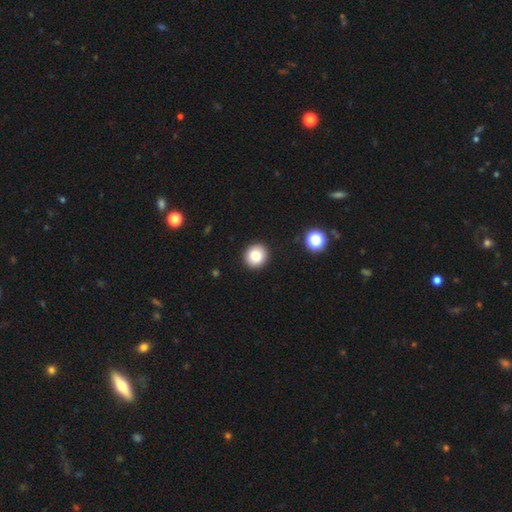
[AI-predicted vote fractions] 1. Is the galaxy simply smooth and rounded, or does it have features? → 80% smooth, 11% star or artifact, 9% featured or disk.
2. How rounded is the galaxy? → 90% round, 10% in between, 1% cigar-shaped.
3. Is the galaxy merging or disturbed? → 92% none, 5% minor disturbance, 2% major disturbance, 1% merger.